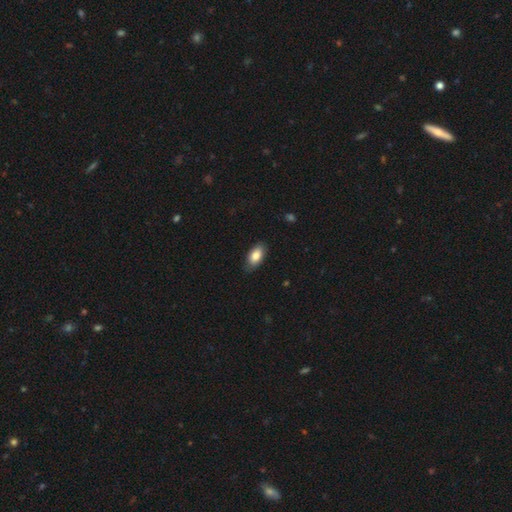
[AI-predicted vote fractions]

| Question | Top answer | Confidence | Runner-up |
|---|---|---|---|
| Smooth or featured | smooth | 83% | featured or disk (10%) |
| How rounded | in between | 92% | cigar-shaped (5%) |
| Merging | none | 82% | minor disturbance (15%) |